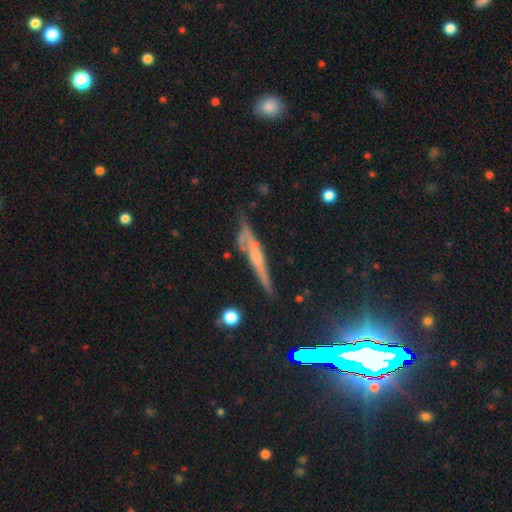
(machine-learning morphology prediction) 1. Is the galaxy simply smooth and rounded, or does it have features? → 59% featured or disk, 25% smooth, 16% star or artifact.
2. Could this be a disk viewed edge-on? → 89% yes, 11% no.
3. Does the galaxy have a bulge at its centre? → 51% rounded, 36% none, 13% boxy.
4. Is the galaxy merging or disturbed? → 66% none, 24% minor disturbance, 6% major disturbance, 4% merger.